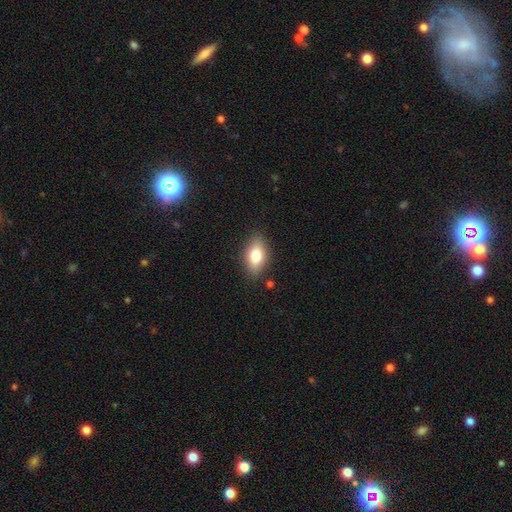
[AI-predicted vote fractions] This appears to be a smooth galaxy with no disk features (76%) that is in between round and cigar-shaped (86%). Merging: none (85%).